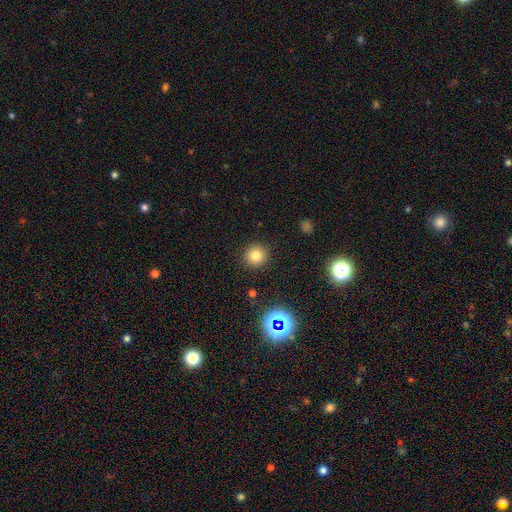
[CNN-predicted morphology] A smooth galaxy with no disk features (78%) that is round (94%).

Vote fractions:
- Smooth or featured? smooth: 78% / star or artifact: 15% / featured or disk: 7%
- How rounded? round: 94% / in between: 5% / cigar-shaped: 1%
- Merging? none: 91% / minor disturbance: 6% / major disturbance: 2% / merger: 1%